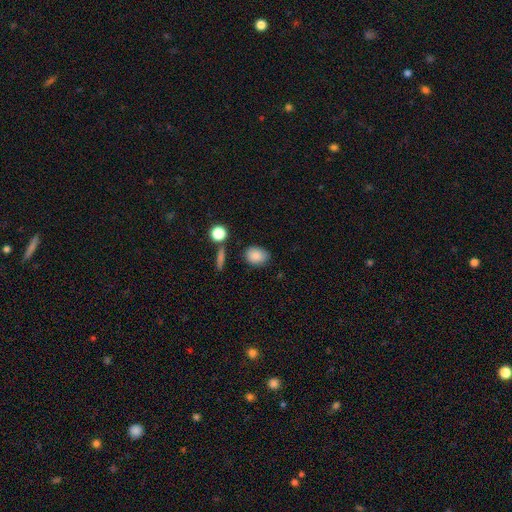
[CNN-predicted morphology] smooth 86%, star or artifact 8%, featured or disk 6%. Down the decision tree: how rounded — in between (64%); merging — none (76%).